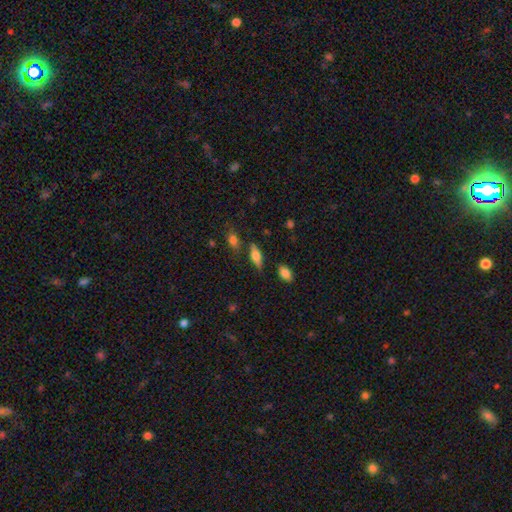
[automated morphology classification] smooth 52%, featured or disk 39%, star or artifact 10%. Down the decision tree: how rounded — in between (67%); merging — none (74%).